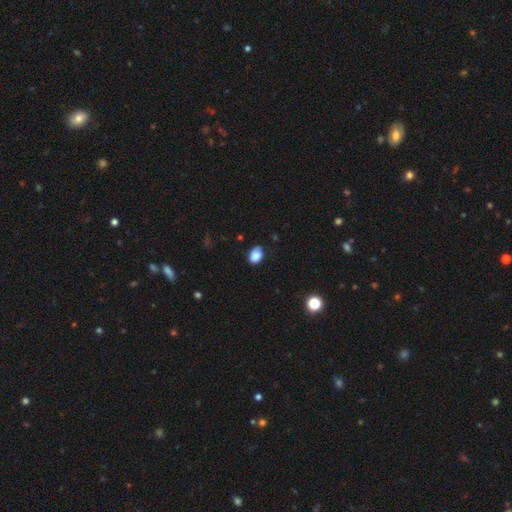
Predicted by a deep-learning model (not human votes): Morphology: type=smooth (86%); roundness=in between (75%); merging=none (80%).